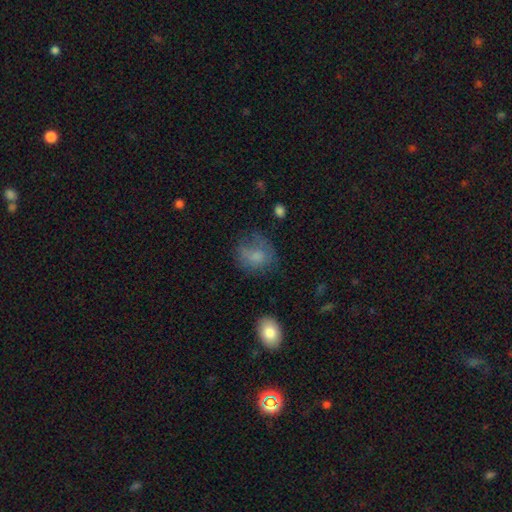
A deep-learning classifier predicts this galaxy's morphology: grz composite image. It shows a smooth galaxy with no disk features (72%) that is round (67%). Merging: none (50%).